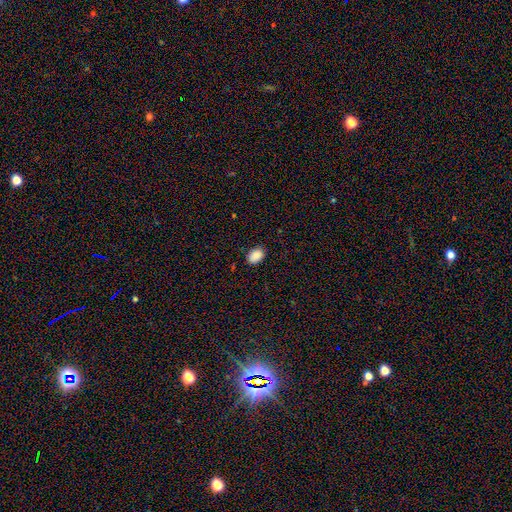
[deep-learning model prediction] A smooth galaxy with no disk features (88%) that is in between round and cigar-shaped (82%).

Vote fractions:
- Smooth or featured? smooth: 88% / star or artifact: 8% / featured or disk: 4%
- How rounded? in between: 82% / round: 17% / cigar-shaped: 1%
- Merging? none: 81% / minor disturbance: 15% / major disturbance: 3% / merger: 1%